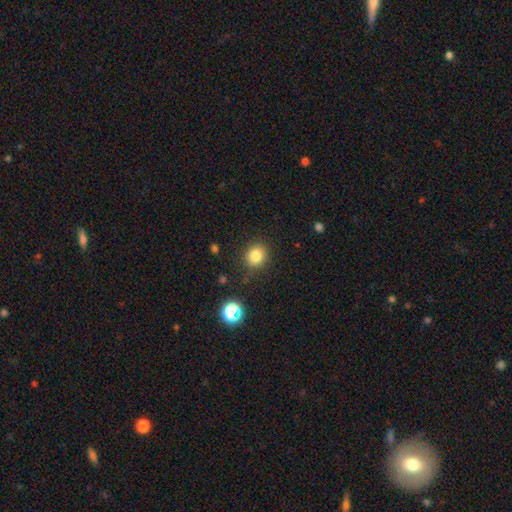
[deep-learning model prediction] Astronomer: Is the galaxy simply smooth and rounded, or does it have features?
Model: smooth — 81%.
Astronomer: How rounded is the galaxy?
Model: round — 77%.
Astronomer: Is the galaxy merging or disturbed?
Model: none — 87%.